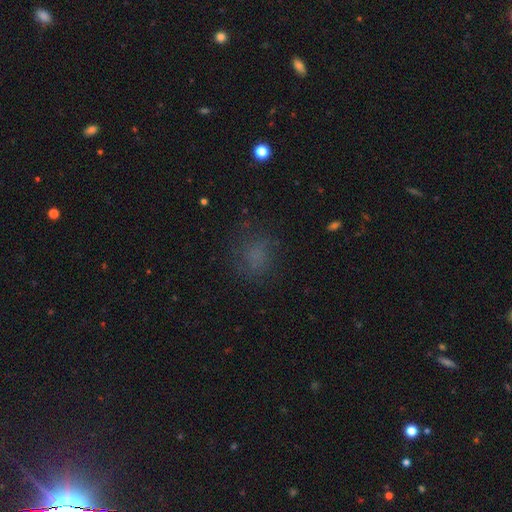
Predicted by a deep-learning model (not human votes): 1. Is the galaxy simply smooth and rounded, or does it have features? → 65% smooth, 23% star or artifact, 13% featured or disk.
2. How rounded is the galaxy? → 63% round, 35% in between, 2% cigar-shaped.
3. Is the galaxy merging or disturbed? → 70% none, 17% minor disturbance, 12% major disturbance, 1% merger.